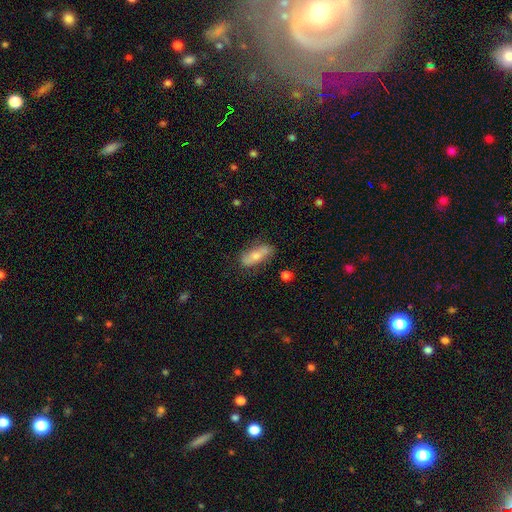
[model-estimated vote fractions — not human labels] Morphology: type=smooth (61%); roundness=in between (65%); merging=none (78%).